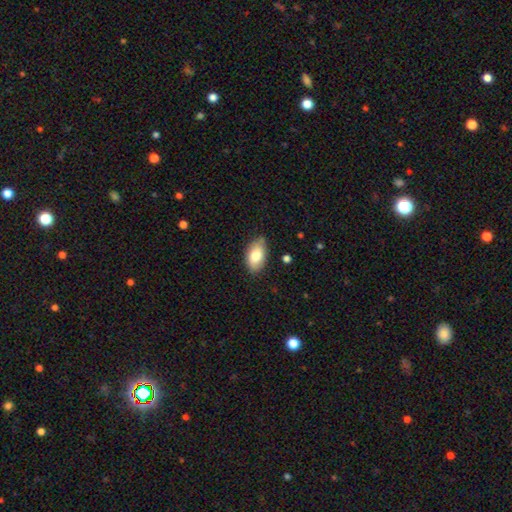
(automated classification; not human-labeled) The model was most divided on "smooth or featured": smooth: 79%, featured or disk: 14%, star or artifact: 7%. More confident: how rounded — in between (93%); merging — none (81%).